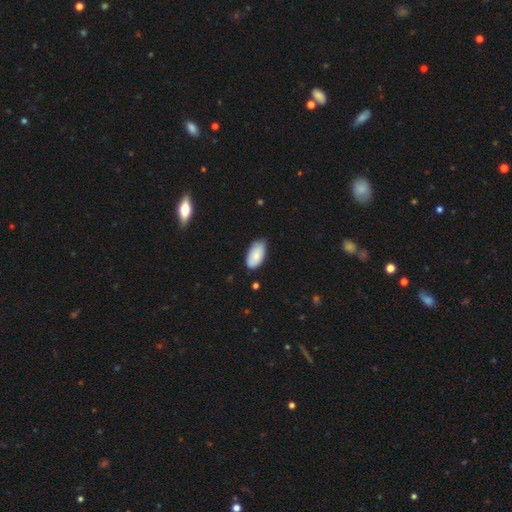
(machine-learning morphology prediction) smooth 84%, featured or disk 10%, star or artifact 6%. Down the decision tree: how rounded — in between (96%); merging — none (72%).